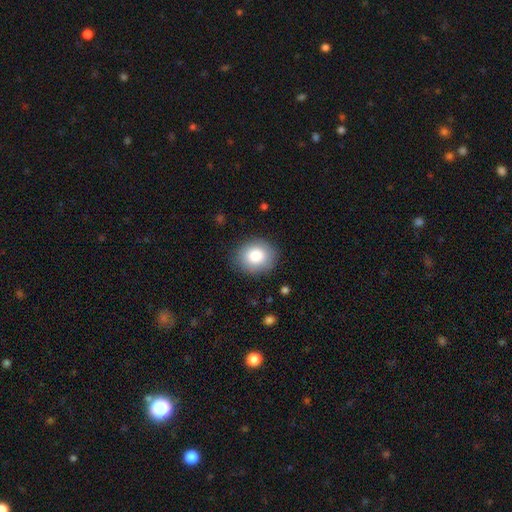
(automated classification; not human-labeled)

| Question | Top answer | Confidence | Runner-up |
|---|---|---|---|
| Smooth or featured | smooth | 84% | star or artifact (8%) |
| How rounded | round | 69% | in between (30%) |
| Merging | none | 85% | minor disturbance (10%) |